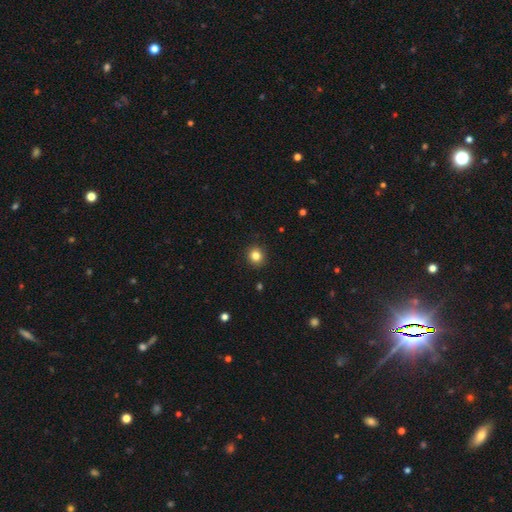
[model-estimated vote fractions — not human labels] smooth_or_featured: smooth (p=0.83) [alt: star or artifact p=0.11]
how_rounded: round (p=0.88) [alt: in between p=0.11]
merging: none (p=0.91) [alt: minor disturbance p=0.06]